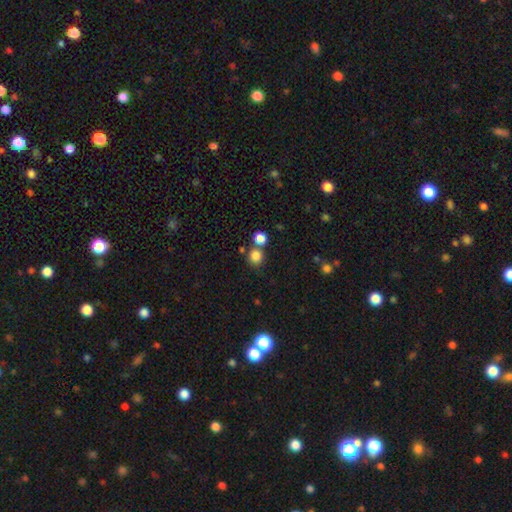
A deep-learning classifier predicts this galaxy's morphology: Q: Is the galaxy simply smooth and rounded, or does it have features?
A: smooth — 82%.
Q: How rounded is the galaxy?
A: round — 87%.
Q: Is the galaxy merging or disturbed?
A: none — 65%.